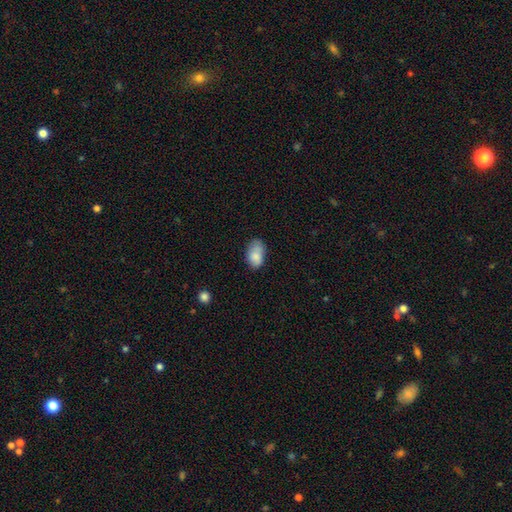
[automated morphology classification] Smooth or featured?
  - smooth: 83% *
  - featured or disk: 10%
  - star or artifact: 7%
How rounded?
  - in between: 91% *
  - round: 8%
  - cigar-shaped: 1%
Merging?
  - none: 61% *
  - minor disturbance: 30%
  - major disturbance: 7%
  - merger: 2%